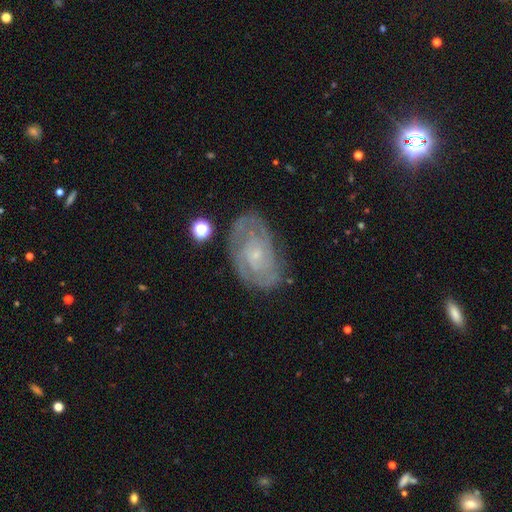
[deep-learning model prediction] Smooth or featured?
  - featured or disk: 78% *
  - smooth: 14%
  - star or artifact: 7%
Edge-on disk?
  - no: 96% *
  - yes: 4%
Bar?
  - no: 72% *
  - weak: 24%
  - strong: 4%
Spiral arms?
  - yes: 90% *
  - no: 10%
Spiral winding?
  - tight: 65% *
  - medium: 28%
  - loose: 7%
Spiral arm count?
  - can't tell: 38% *
  - 2: 34%
  - 3: 13%
  - 4: 6%
  - 1: 5%
  - more than 4: 4%
Bulge size?
  - small: 76% *
  - moderate: 16%
  - none: 5%
  - large: 1%
  - dominant: 1%
Merging?
  - none: 73% *
  - minor disturbance: 19%
  - major disturbance: 7%
  - merger: 2%